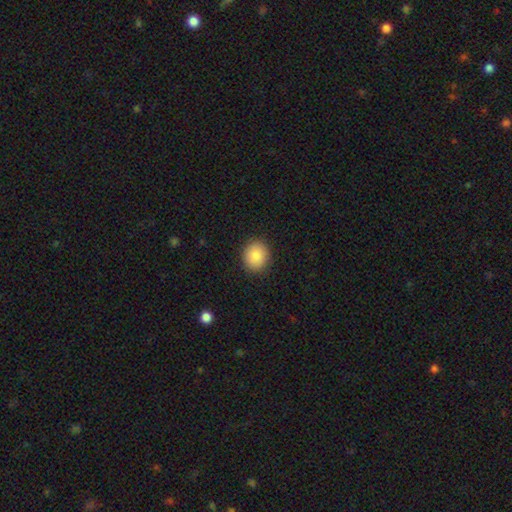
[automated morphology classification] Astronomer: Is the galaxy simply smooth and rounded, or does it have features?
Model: smooth — 88%.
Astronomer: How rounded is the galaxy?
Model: round — 77%.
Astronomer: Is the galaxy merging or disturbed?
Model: none — 90%.